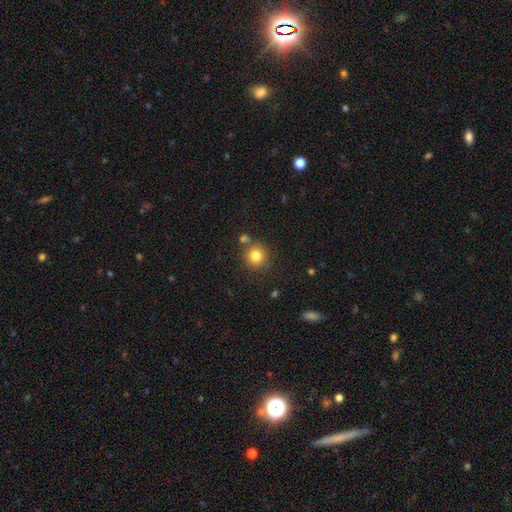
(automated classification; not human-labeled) Smooth or featured?
  - smooth: 81% *
  - star or artifact: 12%
  - featured or disk: 8%
How rounded?
  - round: 93% *
  - in between: 6%
  - cigar-shaped: 1%
Merging?
  - none: 76% *
  - merger: 11%
  - minor disturbance: 9%
  - major disturbance: 3%